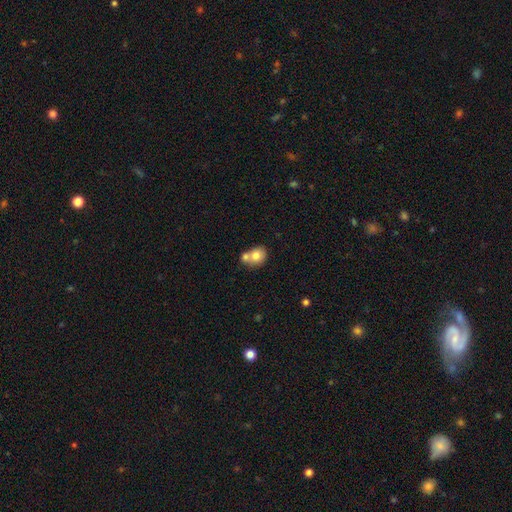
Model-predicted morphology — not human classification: smooth_or_featured: smooth (p=0.74) [alt: featured or disk p=0.17]
how_rounded: round (p=0.66) [alt: in between p=0.33]
merging: merger (p=0.51) [alt: none p=0.36]